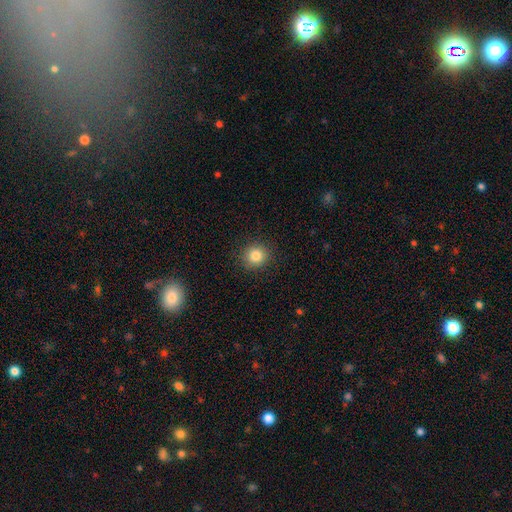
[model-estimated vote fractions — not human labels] Smooth or featured? smooth (84%)
How rounded? round (89%)
Merging? none (90%)